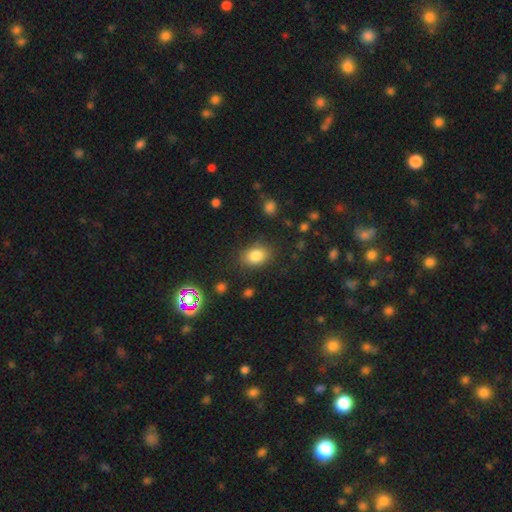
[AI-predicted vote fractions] This is clearly a smooth galaxy (81%). How rounded: likely in between (69%). Merging: clearly none (80%).